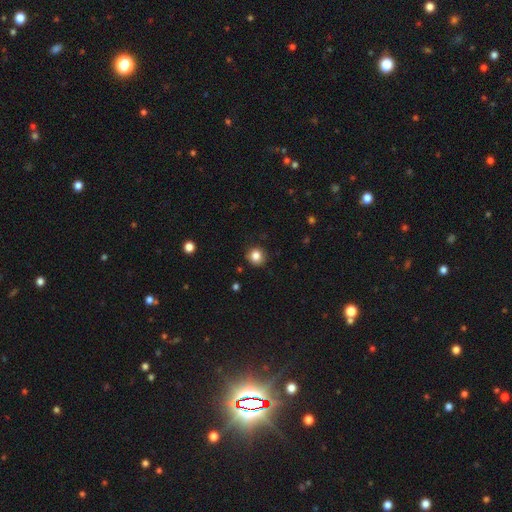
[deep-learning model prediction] A smooth galaxy with no disk features (84%) that is round (90%).

Vote fractions:
- Smooth or featured? smooth: 84% / star or artifact: 11% / featured or disk: 6%
- How rounded? round: 90% / in between: 9% / cigar-shaped: 1%
- Merging? none: 88% / minor disturbance: 9% / major disturbance: 2% / merger: 1%